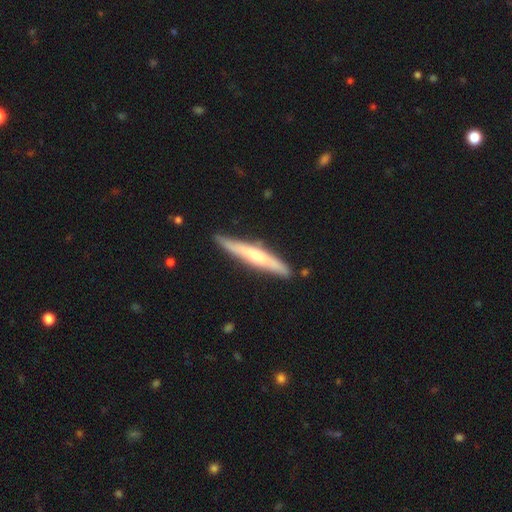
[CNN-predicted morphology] This appears to be a featured or disk galaxy (50%). Merging: none (83%).